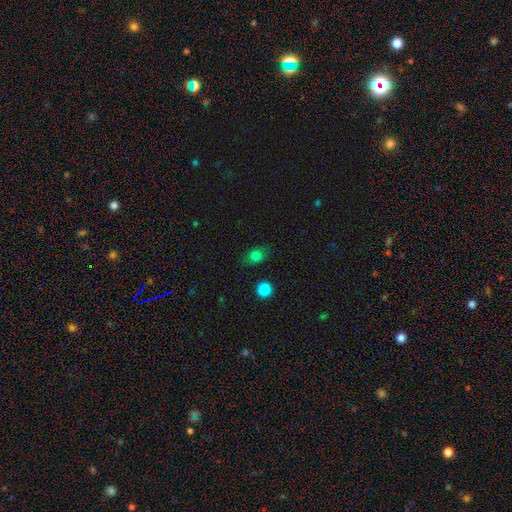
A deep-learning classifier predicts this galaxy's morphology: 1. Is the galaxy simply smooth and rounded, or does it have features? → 73% smooth, 14% star or artifact, 14% featured or disk.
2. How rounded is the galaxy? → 58% in between, 37% round, 4% cigar-shaped.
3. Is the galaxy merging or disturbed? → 77% none, 15% minor disturbance, 5% major disturbance, 2% merger.